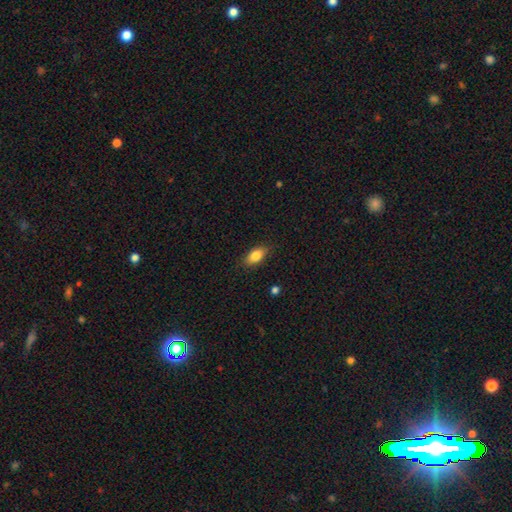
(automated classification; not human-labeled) smooth-or-featured: smooth: 83% | featured or disk: 9% | star or artifact: 7%
  how-rounded: in between: 88% | cigar-shaped: 7% | round: 6%
  merging: none: 86% | minor disturbance: 11% | major disturbance: 2% | merger: 1%